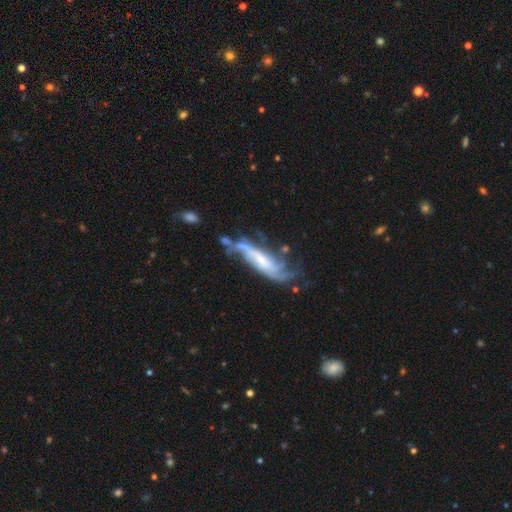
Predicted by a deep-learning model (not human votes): A featured or disk galaxy (72%). Merging: none (47%).